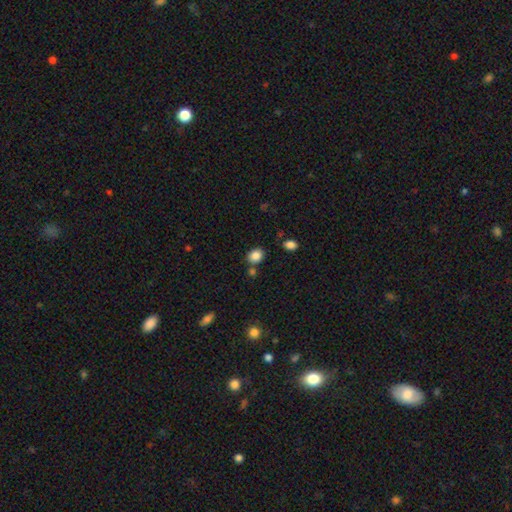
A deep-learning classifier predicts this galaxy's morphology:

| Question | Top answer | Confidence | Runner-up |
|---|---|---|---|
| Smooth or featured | smooth | 86% | star or artifact (10%) |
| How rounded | round | 56% | in between (43%) |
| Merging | none | 75% | minor disturbance (12%) |